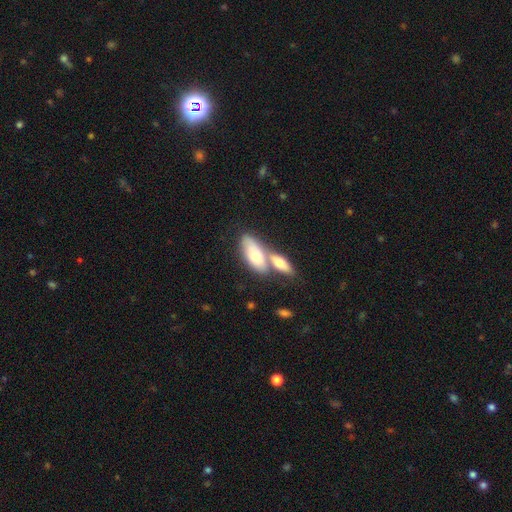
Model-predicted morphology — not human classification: Q: Smooth or featured?
A: smooth (71%); runner-up: featured or disk (23%)
Q: How rounded?
A: in between (80%); runner-up: cigar-shaped (17%)
Q: Merging?
A: merger (51%); runner-up: none (34%)